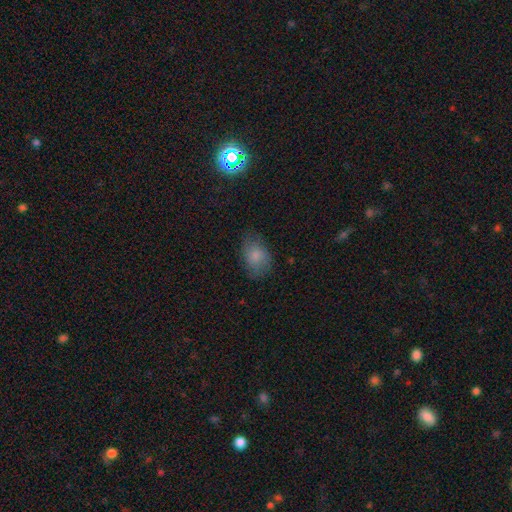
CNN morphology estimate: A smooth galaxy with no disk features (79%) that is in between round and cigar-shaped (81%). Merging: none (68%).